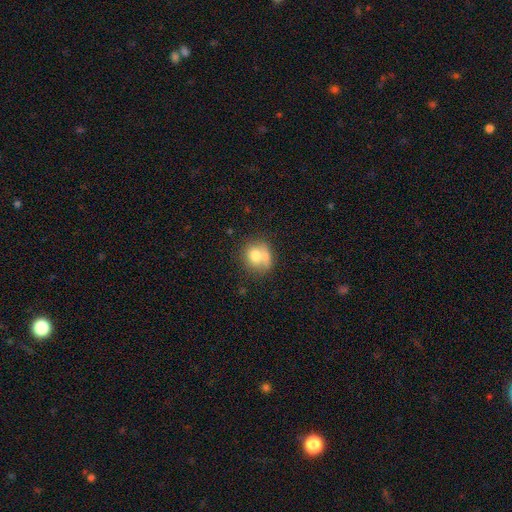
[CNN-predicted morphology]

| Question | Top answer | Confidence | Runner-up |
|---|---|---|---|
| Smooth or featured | smooth | 73% | featured or disk (18%) |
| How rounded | round | 72% | in between (27%) |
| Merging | none | 40% | merger (35%) |